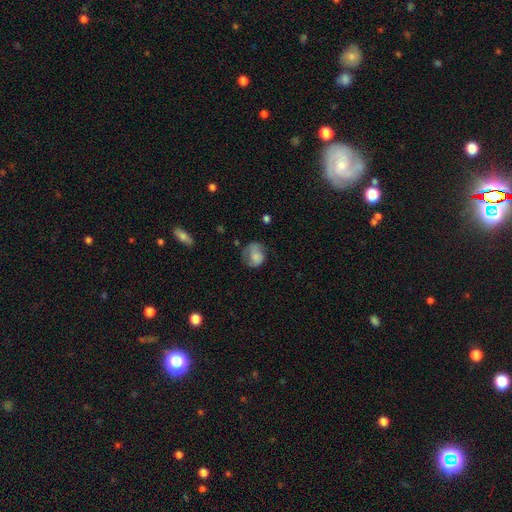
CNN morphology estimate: A smooth galaxy with no disk features (64%) that is round (61%). Merging: none (44%).